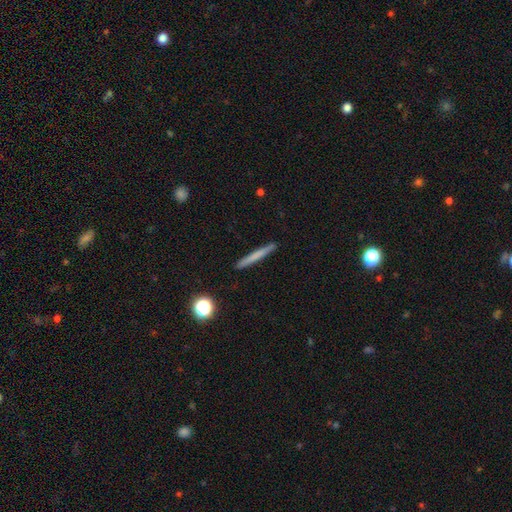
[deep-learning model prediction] smooth-or-featured: smooth: 64% | featured or disk: 30% | star or artifact: 7%
  how-rounded: cigar-shaped: 96% | in between: 2% | round: 1%
  merging: none: 91% | minor disturbance: 6% | major disturbance: 1% | merger: 1%